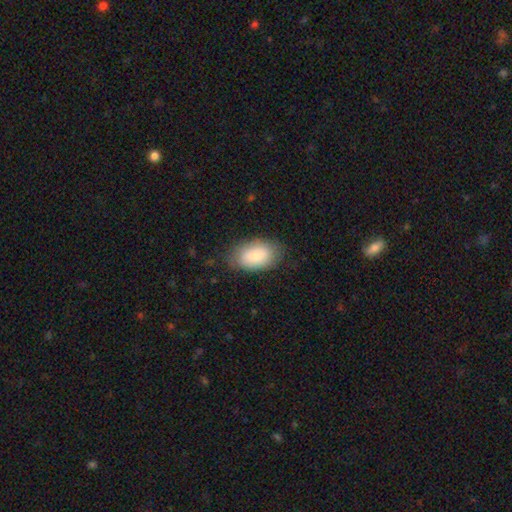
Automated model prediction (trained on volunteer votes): Smooth or featured: smooth — 82% (featured or disk — 12%)
How rounded: in between — 93% (round — 6%)
Merging: none — 77% (minor disturbance — 17%)